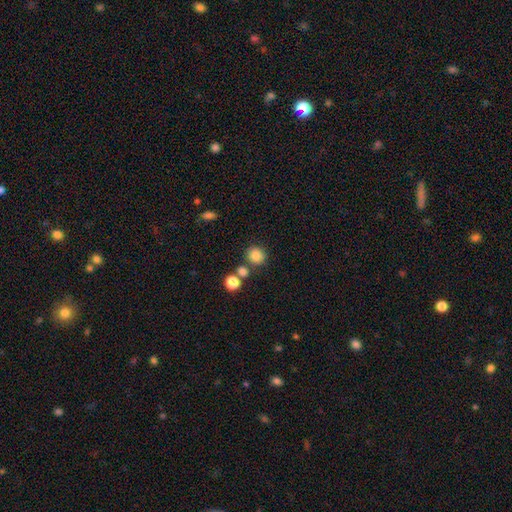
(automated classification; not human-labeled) A smooth galaxy with no disk features (82%) that is round (87%). Merging: none (74%).